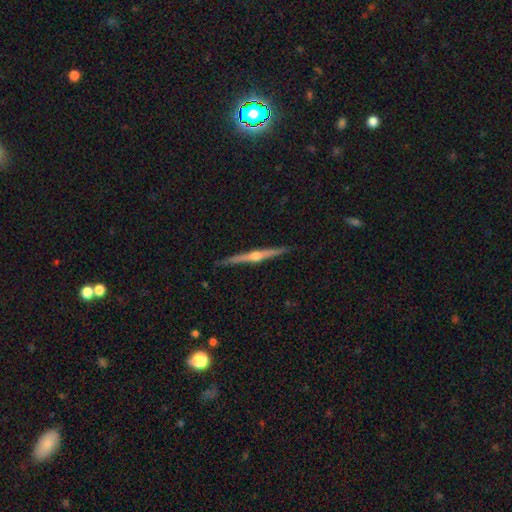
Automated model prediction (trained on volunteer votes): The model was most divided on "smooth or featured": featured or disk: 83%, smooth: 12%, star or artifact: 5%. More confident: edge-on disk — yes (99%); edge-on bulge — rounded (93%); merging — none (91%).